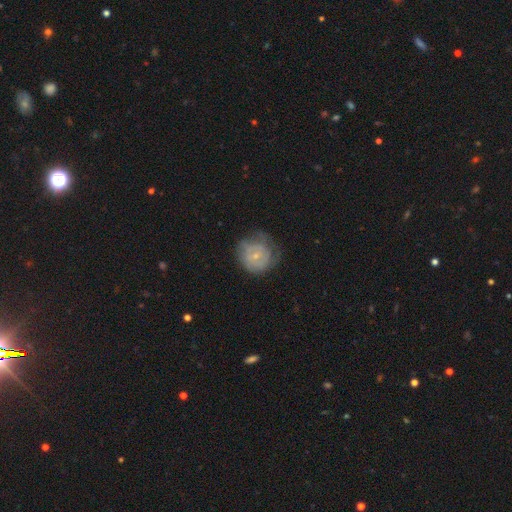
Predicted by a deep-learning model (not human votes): Smooth or featured? featured or disk (50%)
Edge-on disk? no (97%)
Merging? none (52%)